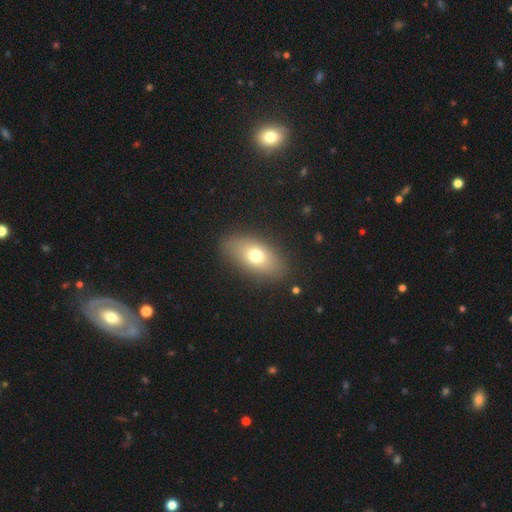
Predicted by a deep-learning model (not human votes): Morphology: type=smooth (71%); roundness=in between (85%); merging=none (86%).